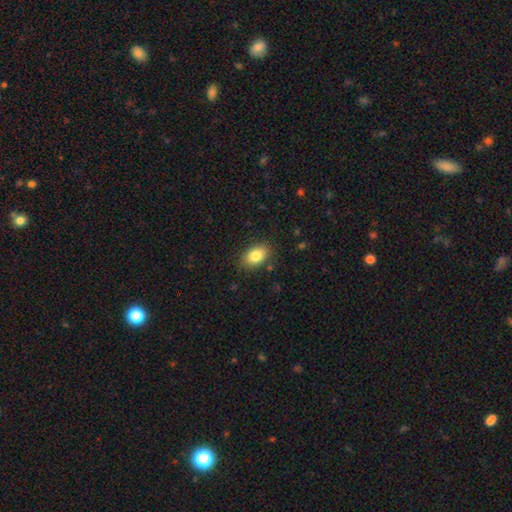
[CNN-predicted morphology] A smooth galaxy with no disk features (83%) that is in between round and cigar-shaped (84%). Merging: none (86%).